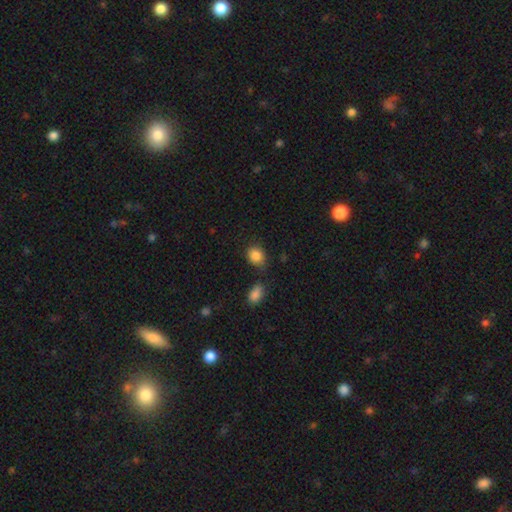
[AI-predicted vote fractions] smooth_or_featured: smooth (p=0.86) [alt: star or artifact p=0.09]
how_rounded: round (p=0.60) [alt: in between p=0.39]
merging: none (p=0.63) [alt: minor disturbance p=0.21]